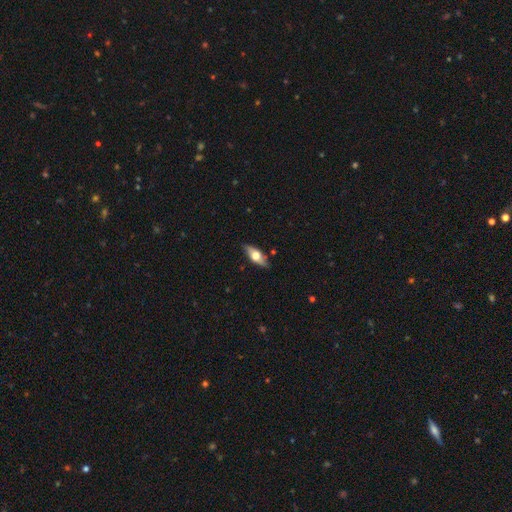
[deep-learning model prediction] smooth_or_featured: featured or disk (p=0.49) [alt: smooth p=0.45]
merging: none (p=0.84) [alt: minor disturbance p=0.12]